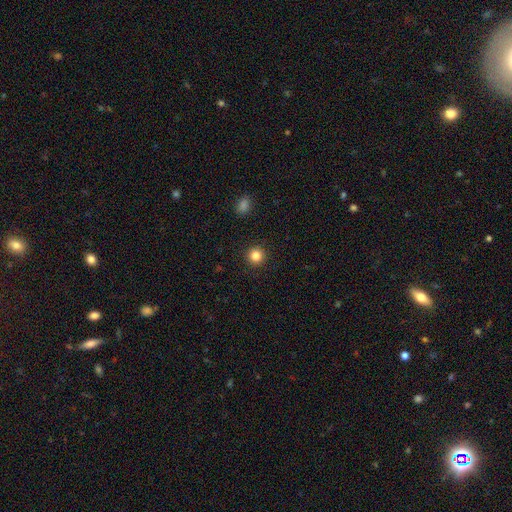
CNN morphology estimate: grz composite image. It shows a smooth galaxy with no disk features (83%) that is round (95%). Merging: none (93%).